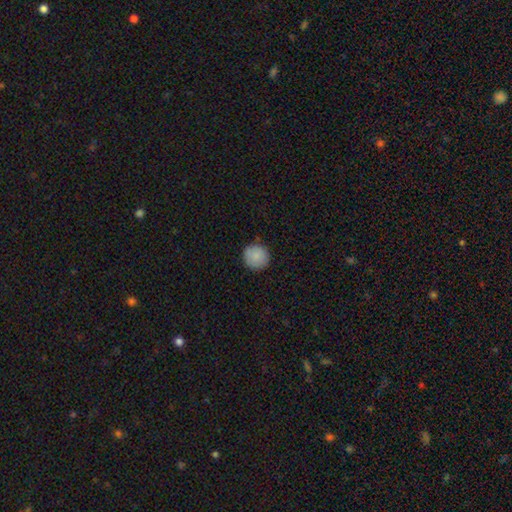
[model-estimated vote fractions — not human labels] This is clearly a smooth galaxy (87%). How rounded: clearly round (95%). Merging: clearly none (89%).